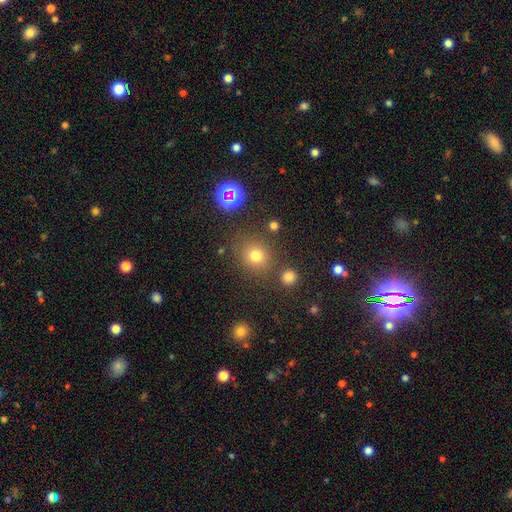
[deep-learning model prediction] The model was most divided on "smooth or featured": smooth: 73%, star or artifact: 20%, featured or disk: 7%. More confident: how rounded — round (84%); merging — none (79%).